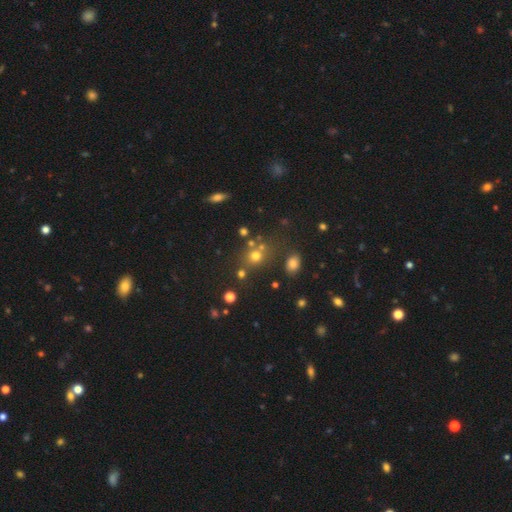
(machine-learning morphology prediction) smooth 64%, star or artifact 25%, featured or disk 11%. Down the decision tree: how rounded — round (76%); merging — none (65%).